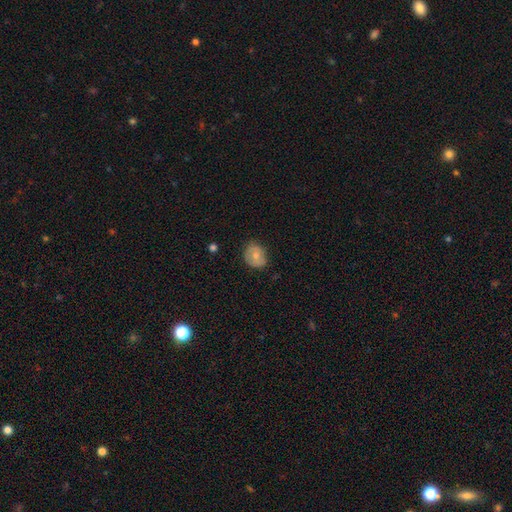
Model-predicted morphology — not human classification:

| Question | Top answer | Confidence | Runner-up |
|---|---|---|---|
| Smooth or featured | smooth | 69% | featured or disk (23%) |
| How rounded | round | 56% | in between (43%) |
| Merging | none | 72% | minor disturbance (22%) |